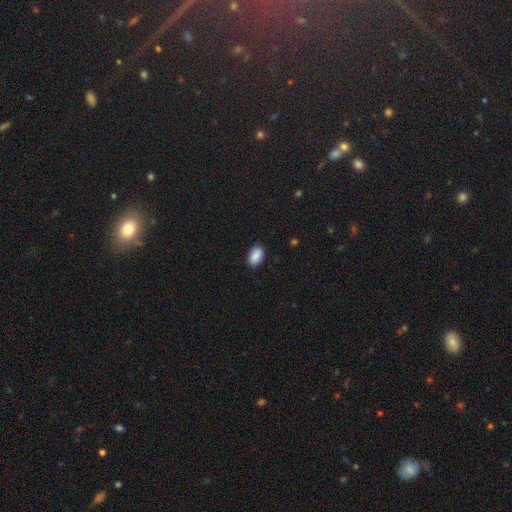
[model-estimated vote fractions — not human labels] This is clearly a smooth galaxy (88%). How rounded: clearly in between (89%). Merging: clearly none (87%).